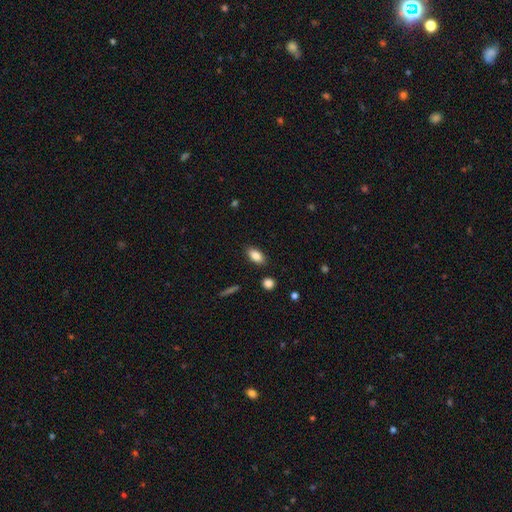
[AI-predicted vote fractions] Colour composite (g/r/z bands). It shows a smooth galaxy with no disk features (85%) that is in between round and cigar-shaped (89%). Merging: none (87%).